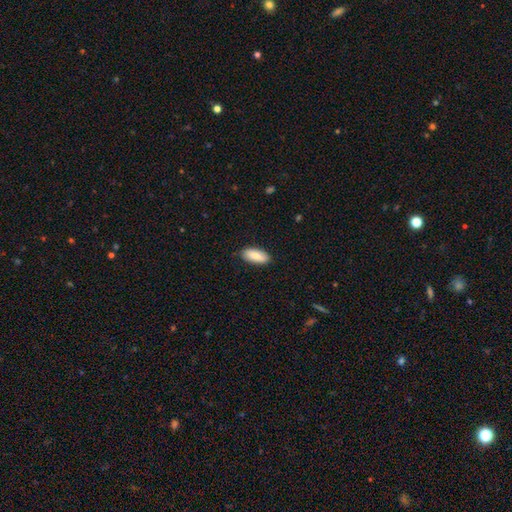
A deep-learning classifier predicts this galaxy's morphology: The model was most divided on "how rounded": in between: 84%, cigar-shaped: 14%, round: 2%. More confident: merging — none (87%); smooth or featured — smooth (83%).